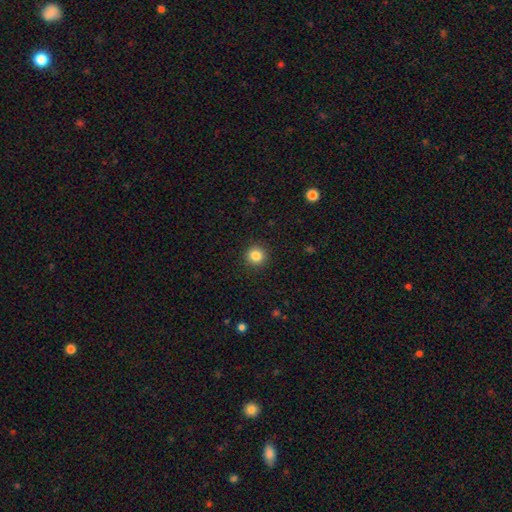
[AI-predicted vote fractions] smooth_or_featured: smooth (p=0.84) [alt: star or artifact p=0.11]
how_rounded: round (p=0.94) [alt: in between p=0.05]
merging: none (p=0.92) [alt: minor disturbance p=0.05]